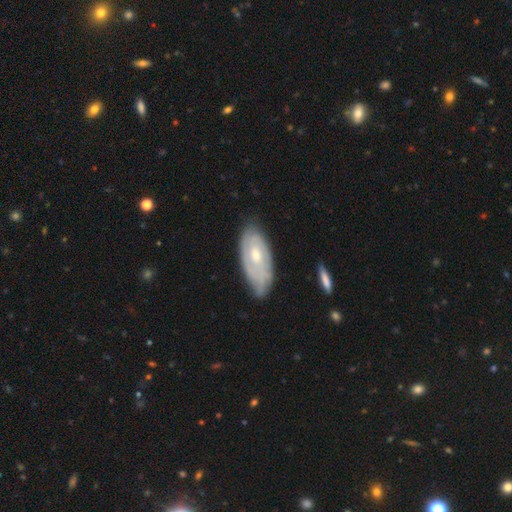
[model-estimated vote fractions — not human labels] Smooth or featured?
  - featured or disk: 60% *
  - smooth: 34%
  - star or artifact: 6%
Edge-on disk?
  - no: 88% *
  - yes: 12%
Bar?
  - no: 68% *
  - weak: 27%
  - strong: 5%
Spiral arms?
  - yes: 67% *
  - no: 33%
Bulge size?
  - moderate: 56% *
  - small: 39%
  - large: 3%
  - none: 2%
  - dominant: 1%
Merging?
  - none: 61% *
  - minor disturbance: 30%
  - major disturbance: 7%
  - merger: 2%